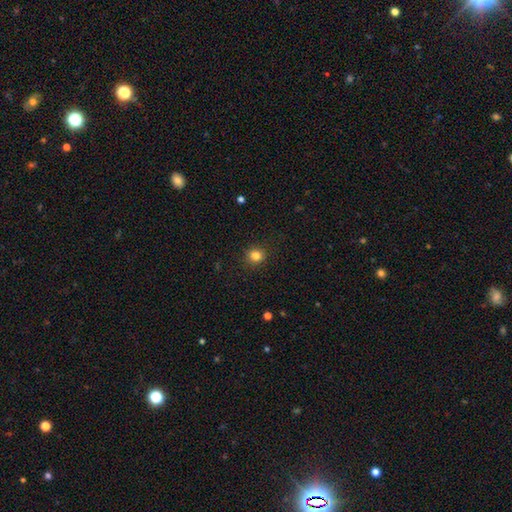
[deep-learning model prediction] Smooth or featured?
  - smooth: 83% *
  - star or artifact: 12%
  - featured or disk: 5%
How rounded?
  - round: 88% *
  - in between: 11%
  - cigar-shaped: 1%
Merging?
  - none: 91% *
  - minor disturbance: 6%
  - major disturbance: 2%
  - merger: 1%